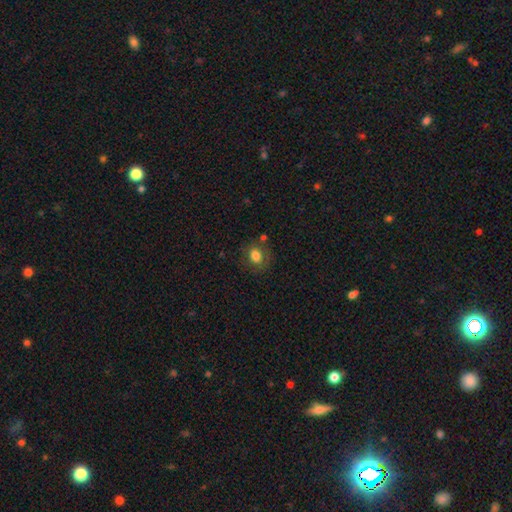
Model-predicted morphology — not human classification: The model was most divided on "how rounded": round: 57%, in between: 42%, cigar-shaped: 1%. More confident: smooth or featured — smooth (77%); merging — none (73%).